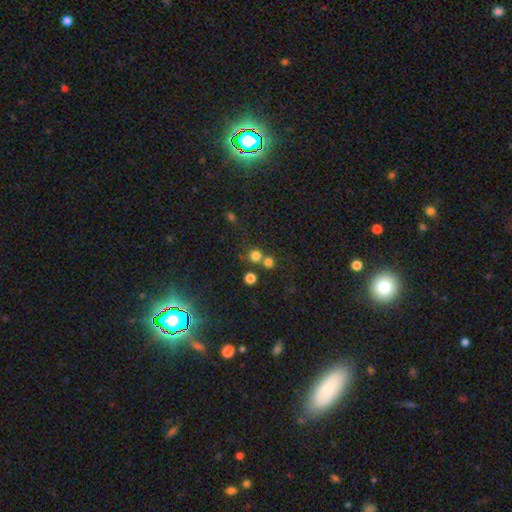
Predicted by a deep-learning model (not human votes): Overall: smooth (75%). How rounded: round (91%). Merging: none (60%; merger 30%).